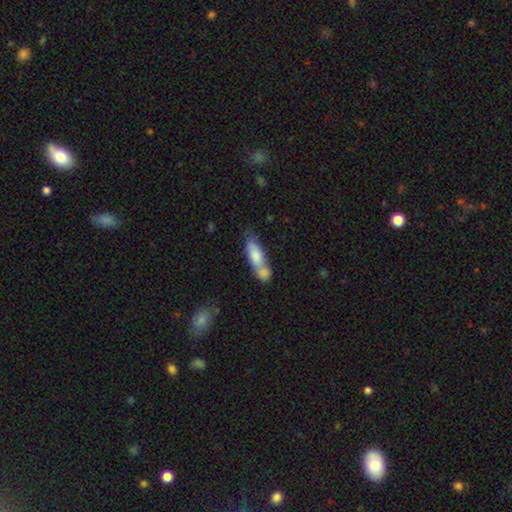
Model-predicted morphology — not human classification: smooth 74%, featured or disk 20%, star or artifact 6%. Down the decision tree: how rounded — in between (58%); merging — merger (54%).